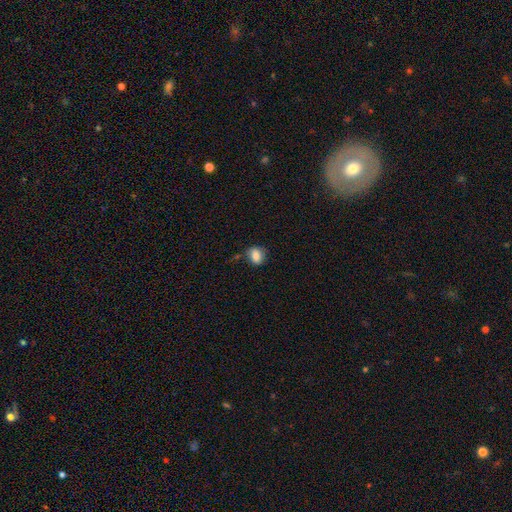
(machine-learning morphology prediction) Q: Smooth or featured?
A: smooth (82%); runner-up: star or artifact (9%)
Q: How rounded?
A: in between (51%); runner-up: round (47%)
Q: Merging?
A: none (71%); runner-up: minor disturbance (19%)